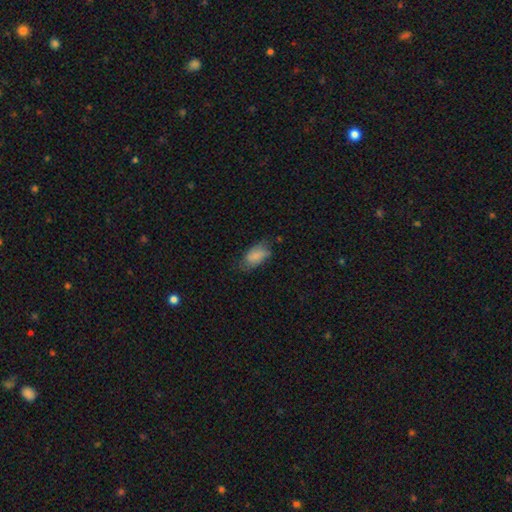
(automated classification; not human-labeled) smooth_or_featured: smooth (p=0.78) [alt: featured or disk p=0.15]
how_rounded: in between (p=0.92) [alt: round p=0.04]
merging: none (p=0.54) [alt: minor disturbance p=0.32]